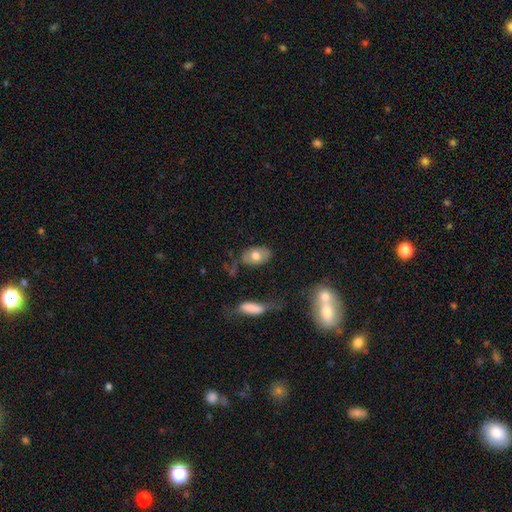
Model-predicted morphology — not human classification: This is likely a smooth galaxy (71%). How rounded: clearly in between (88%). Merging: likely none (67%).